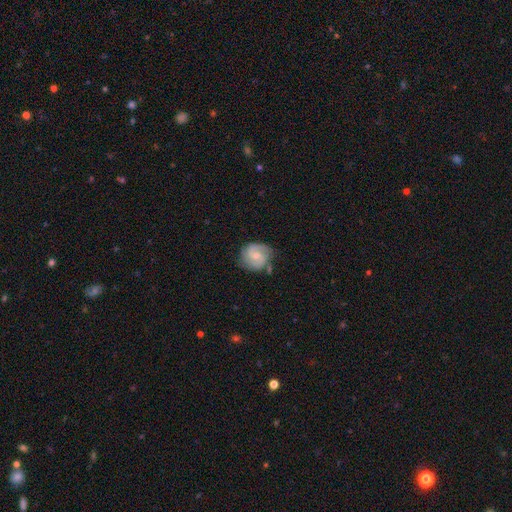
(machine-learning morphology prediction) Q: Smooth or featured?
A: featured or disk (76%); runner-up: smooth (19%)
Q: Edge-on disk?
A: no (98%); runner-up: yes (2%)
Q: Bar?
A: weak (47%); runner-up: no (45%)
Q: Spiral arms?
A: yes (95%); runner-up: no (5%)
Q: Spiral winding?
A: medium (48%); runner-up: tight (35%)
Q: Spiral arm count?
A: 2 (81%); runner-up: can't tell (8%)
Q: Bulge size?
A: small (53%); runner-up: moderate (40%)
Q: Merging?
A: none (69%); runner-up: minor disturbance (20%)